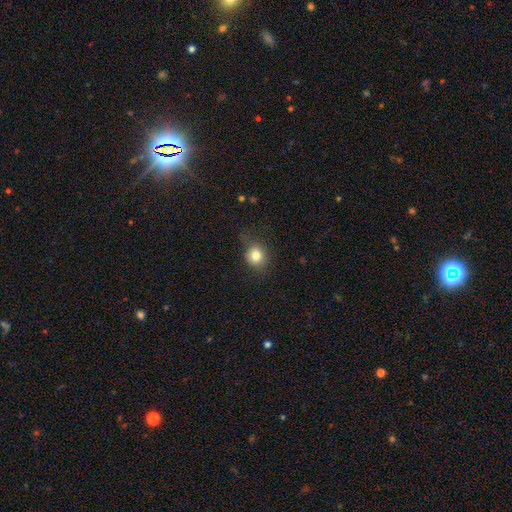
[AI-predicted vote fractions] This is likely a smooth galaxy (80%). How rounded: likely round (70%). Merging: likely none (70%).